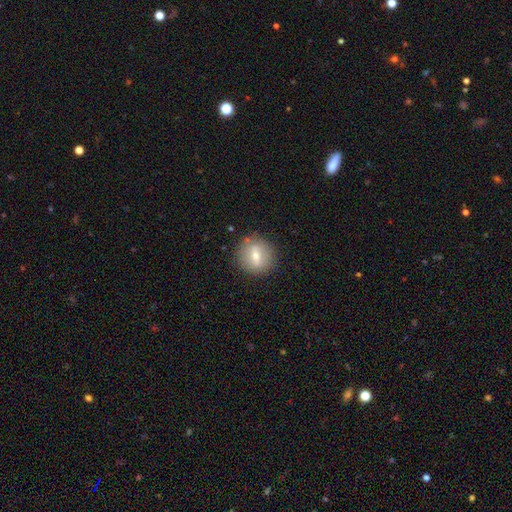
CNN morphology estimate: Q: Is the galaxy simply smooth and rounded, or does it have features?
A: smooth — 59%.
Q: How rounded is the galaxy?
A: round — 84%.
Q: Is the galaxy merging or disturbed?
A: none — 85%.